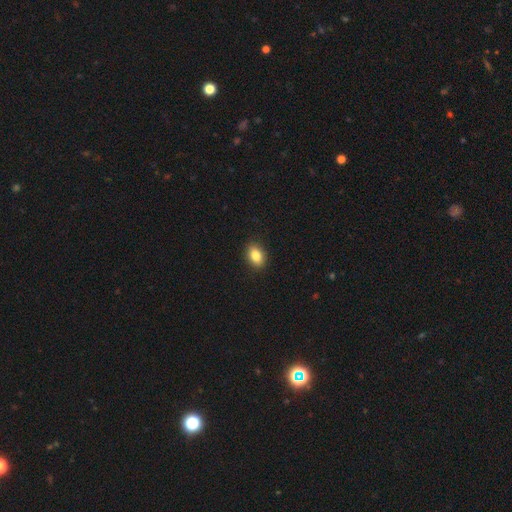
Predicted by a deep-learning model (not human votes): Smooth or featured?
  - smooth: 84% *
  - star or artifact: 9%
  - featured or disk: 7%
How rounded?
  - in between: 80% *
  - round: 19%
  - cigar-shaped: 1%
Merging?
  - none: 90% *
  - minor disturbance: 8%
  - major disturbance: 2%
  - merger: 1%